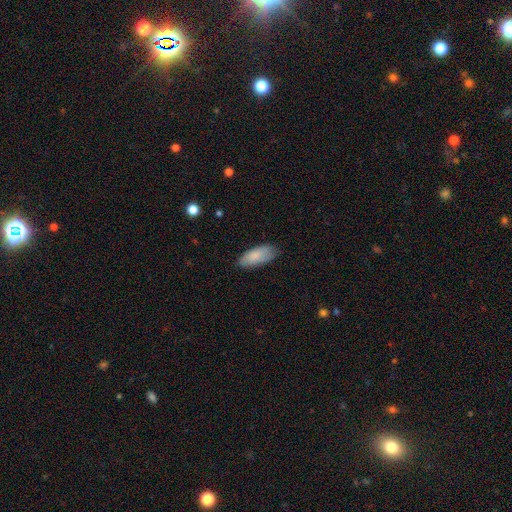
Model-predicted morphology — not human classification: Smooth or featured: smooth — 84% (featured or disk — 11%)
How rounded: in between — 84% (cigar-shaped — 14%)
Merging: none — 76% (minor disturbance — 20%)